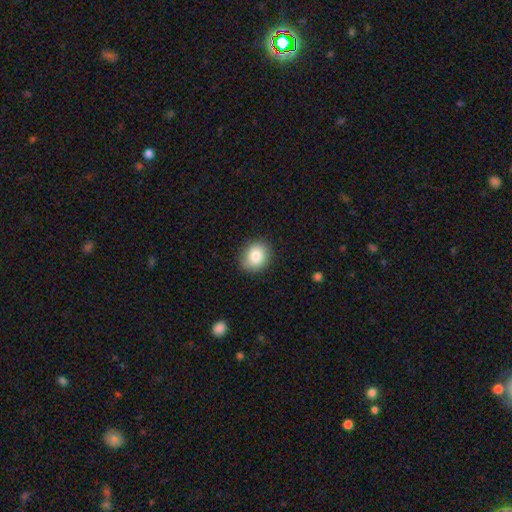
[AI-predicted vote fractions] A smooth galaxy with no disk features (85%) that is round (65%). Merging: none (86%).